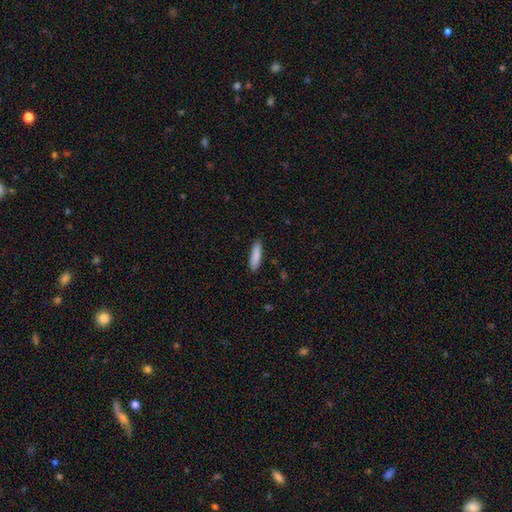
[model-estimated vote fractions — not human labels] This appears to be a smooth galaxy with no disk features (88%) that is cigar-shaped (69%). Merging: none (89%).